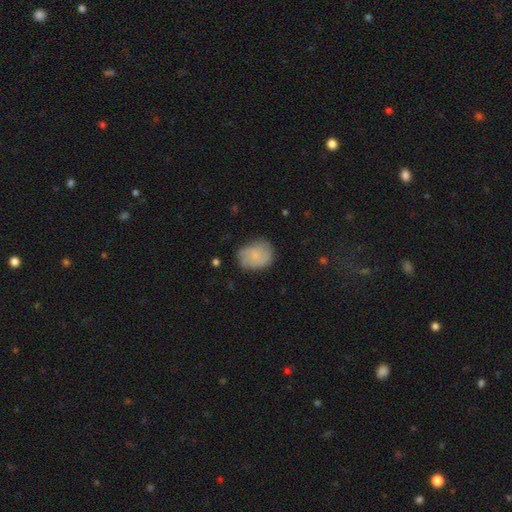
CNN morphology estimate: A smooth galaxy with no disk features (65%) that is round (55%).

Vote fractions:
- Smooth or featured? smooth: 65% / featured or disk: 27% / star or artifact: 8%
- How rounded? round: 55% / in between: 44% / cigar-shaped: 1%
- Merging? none: 61% / minor disturbance: 28% / major disturbance: 9% / merger: 2%